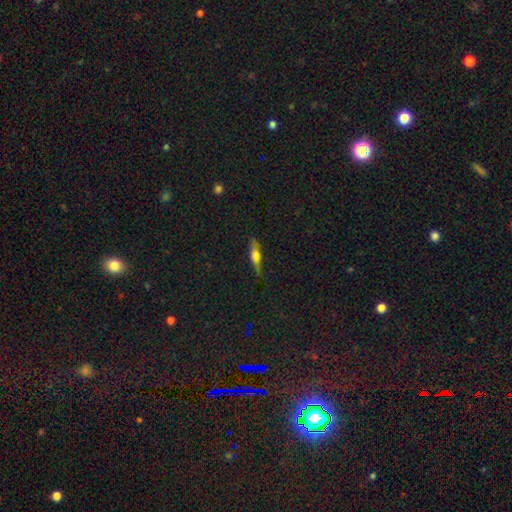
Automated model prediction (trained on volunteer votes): Smooth or featured? smooth (49%)
Merging? none (80%)